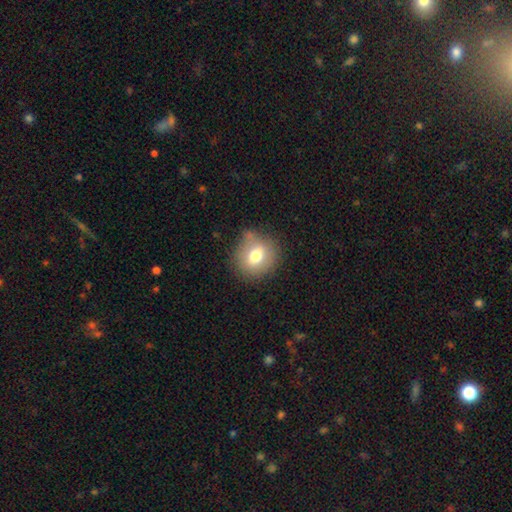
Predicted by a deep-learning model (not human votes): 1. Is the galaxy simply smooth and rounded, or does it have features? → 71% smooth, 19% featured or disk, 10% star or artifact.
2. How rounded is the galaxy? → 78% round, 21% in between, 1% cigar-shaped.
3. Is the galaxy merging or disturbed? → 74% none, 17% minor disturbance, 5% major disturbance, 4% merger.